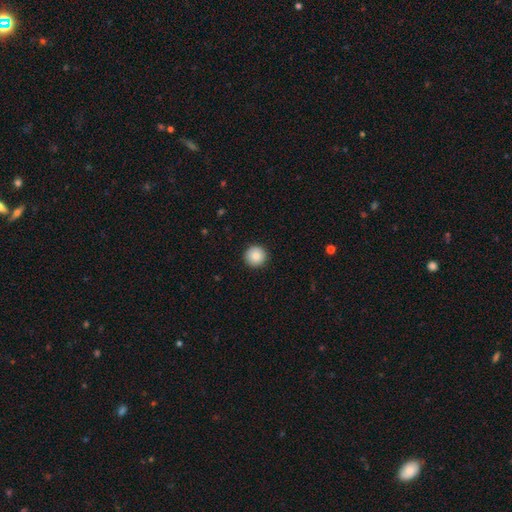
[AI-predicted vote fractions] smooth-or-featured: smooth: 86% | star or artifact: 8% | featured or disk: 6%
  how-rounded: round: 96% | in between: 3% | cigar-shaped: 1%
  merging: none: 93% | minor disturbance: 5% | major disturbance: 2% | merger: 1%